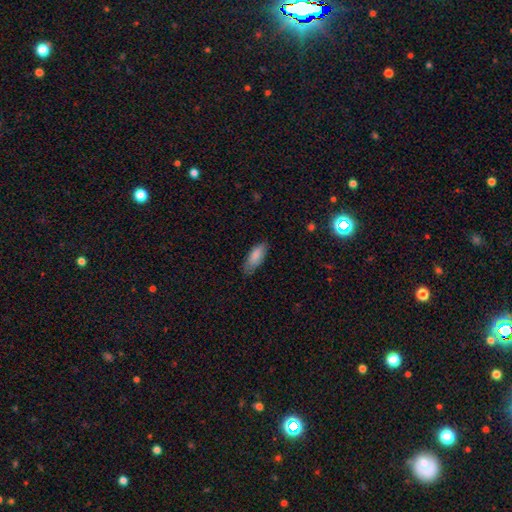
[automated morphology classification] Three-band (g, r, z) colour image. It shows a smooth galaxy with no disk features (86%) that is in between round and cigar-shaped (75%). Merging: none (75%).